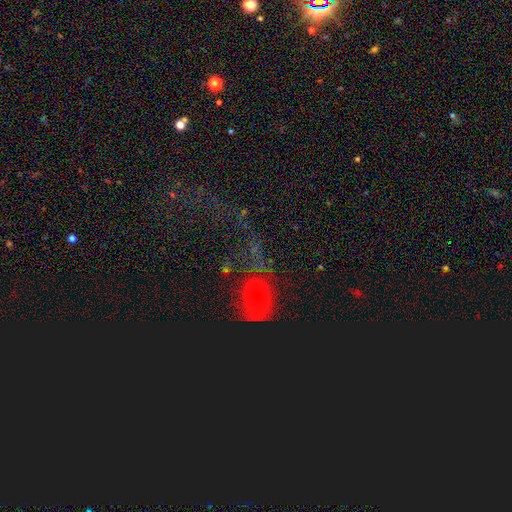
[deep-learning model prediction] Smooth or featured? star or artifact (37%)